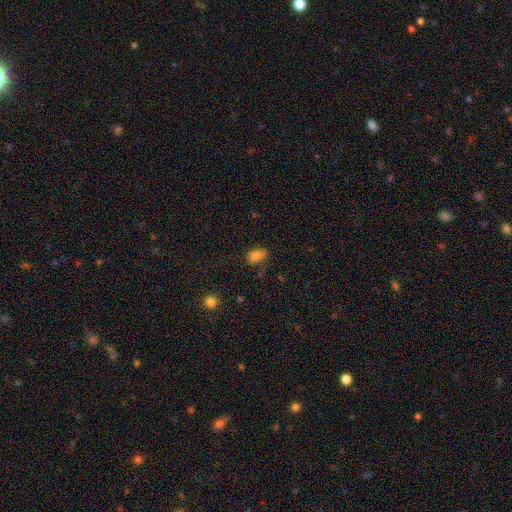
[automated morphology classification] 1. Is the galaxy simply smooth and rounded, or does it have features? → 80% smooth, 12% star or artifact, 8% featured or disk.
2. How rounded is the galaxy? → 85% in between, 13% round, 2% cigar-shaped.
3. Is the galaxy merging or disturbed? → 58% none, 28% minor disturbance, 11% major disturbance, 3% merger.